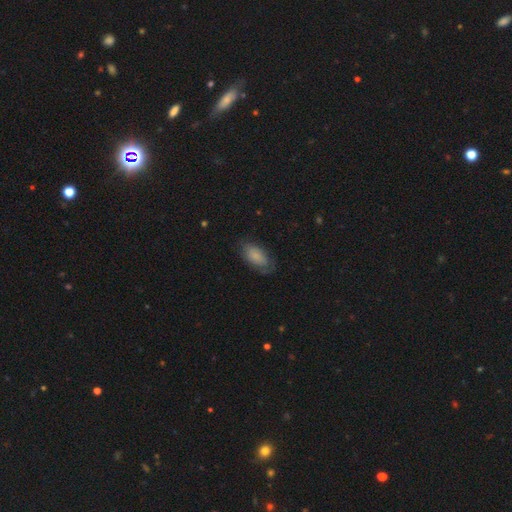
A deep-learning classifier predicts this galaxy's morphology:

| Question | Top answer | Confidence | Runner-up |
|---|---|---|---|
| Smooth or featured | smooth | 72% | featured or disk (21%) |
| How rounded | in between | 92% | round (4%) |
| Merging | none | 67% | minor disturbance (23%) |